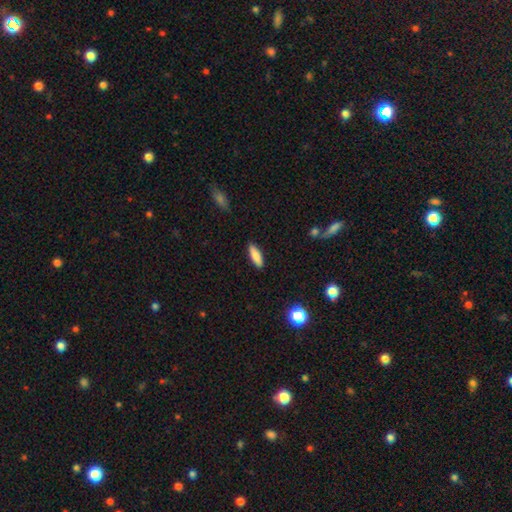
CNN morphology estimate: Smooth or featured? Predicted: smooth (p=0.82). How rounded? Predicted: cigar-shaped (p=0.50). Merging? Predicted: none (p=0.89).